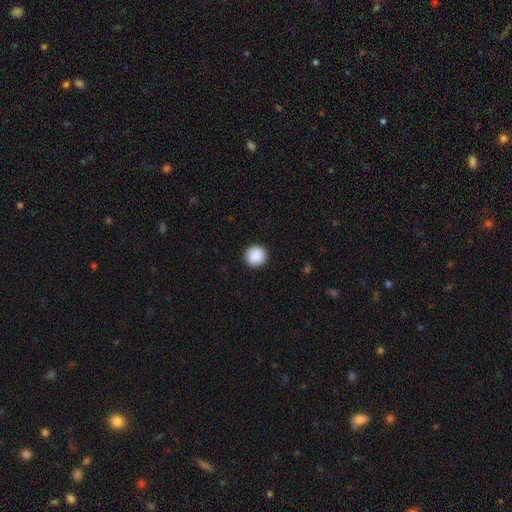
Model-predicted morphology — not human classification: Smooth or featured?
  - smooth: 89% *
  - star or artifact: 7%
  - featured or disk: 4%
How rounded?
  - round: 93% *
  - in between: 6%
  - cigar-shaped: 1%
Merging?
  - none: 92% *
  - minor disturbance: 6%
  - major disturbance: 2%
  - merger: 1%